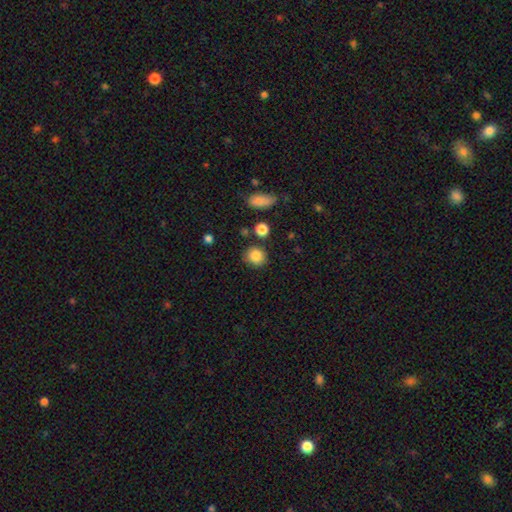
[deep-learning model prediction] Q: Smooth or featured?
A: smooth (86%); runner-up: star or artifact (9%)
Q: How rounded?
A: round (84%); runner-up: in between (15%)
Q: Merging?
A: none (81%); runner-up: minor disturbance (11%)